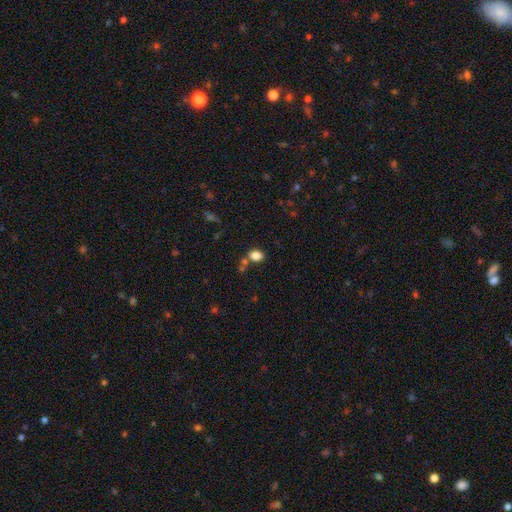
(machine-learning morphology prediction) Q: Smooth or featured?
A: smooth (83%); runner-up: star or artifact (11%)
Q: How rounded?
A: in between (65%); runner-up: round (33%)
Q: Merging?
A: none (64%); runner-up: merger (18%)